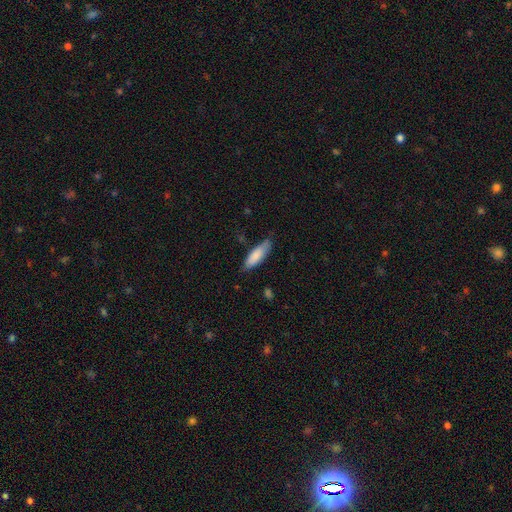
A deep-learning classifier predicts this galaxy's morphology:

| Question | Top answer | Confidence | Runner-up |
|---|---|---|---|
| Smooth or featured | smooth | 83% | featured or disk (12%) |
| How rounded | in between | 50% | cigar-shaped (49%) |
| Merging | none | 72% | minor disturbance (23%) |